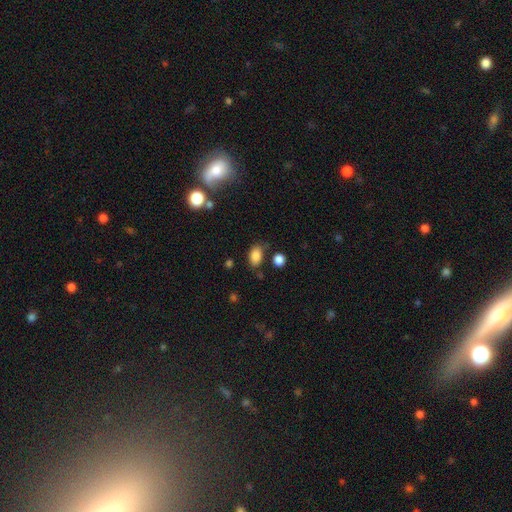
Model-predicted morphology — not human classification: A smooth galaxy with no disk features (85%) that is in between round and cigar-shaped (85%). Merging: none (70%).